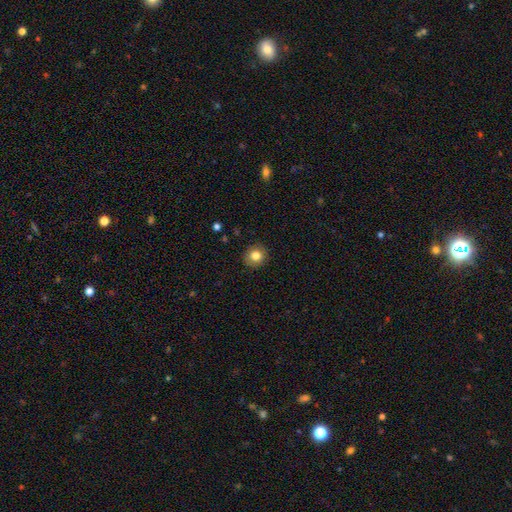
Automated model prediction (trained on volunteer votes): Morphology: type=smooth (82%); roundness=round (89%); merging=none (90%).